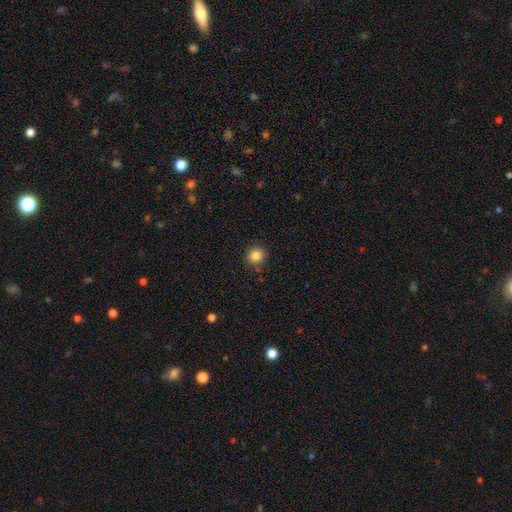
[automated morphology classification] A smooth galaxy with no disk features (84%) that is round (91%).

Vote fractions:
- Smooth or featured? smooth: 84% / star or artifact: 11% / featured or disk: 5%
- How rounded? round: 91% / in between: 8% / cigar-shaped: 1%
- Merging? none: 88% / minor disturbance: 8% / major disturbance: 2% / merger: 2%